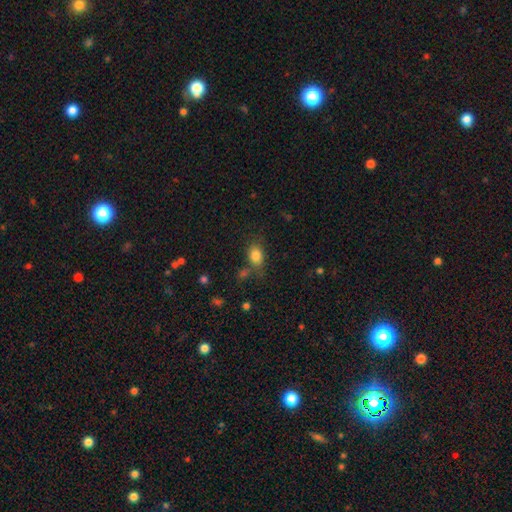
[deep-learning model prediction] The model was most divided on "merging": none: 66%, minor disturbance: 17%, merger: 11%, major disturbance: 6%. More confident: smooth or featured — smooth (83%); how rounded — in between (74%).